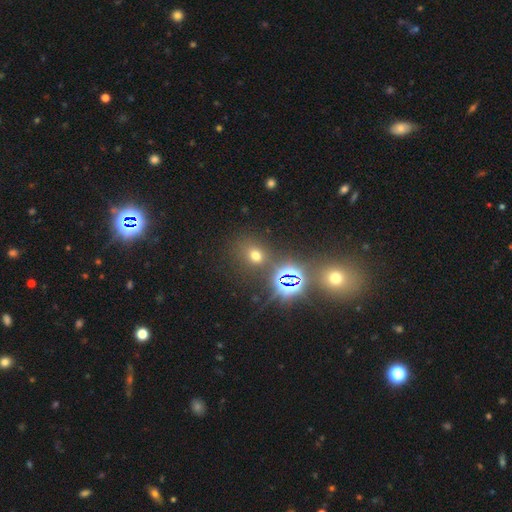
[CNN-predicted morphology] The model was most divided on "smooth or featured": smooth: 54%, star or artifact: 38%, featured or disk: 8%. More confident: merging — none (78%); how rounded — round (65%).